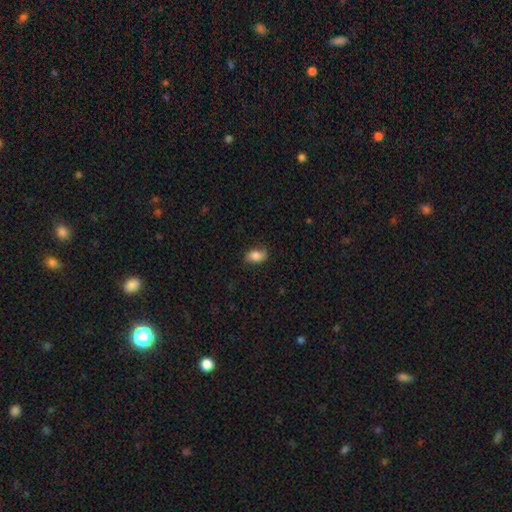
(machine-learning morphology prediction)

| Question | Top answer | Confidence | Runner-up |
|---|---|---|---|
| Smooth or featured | smooth | 79% | featured or disk (13%) |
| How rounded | in between | 88% | round (10%) |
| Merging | none | 76% | minor disturbance (18%) |